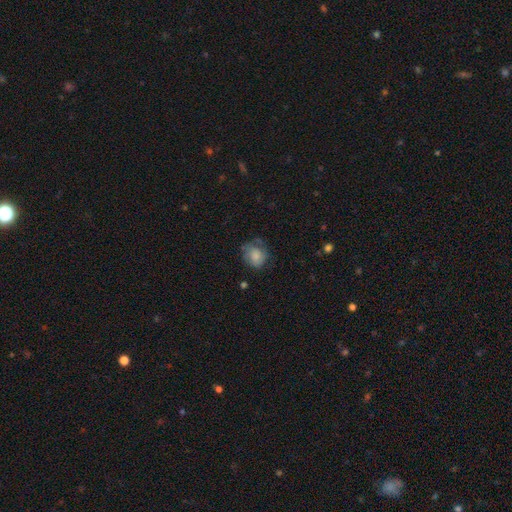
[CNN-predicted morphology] A smooth galaxy with no disk features (71%) that is round (69%). Merging: none (54%).